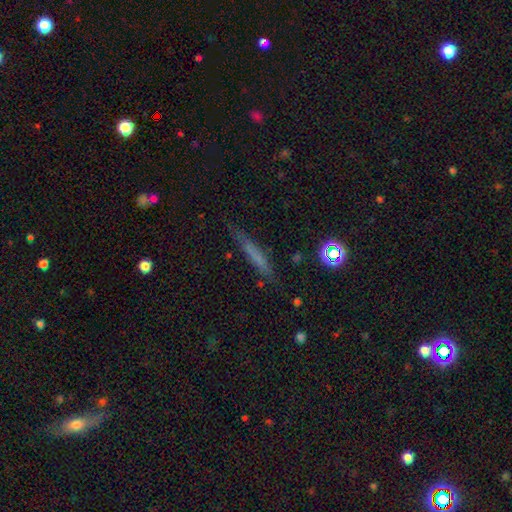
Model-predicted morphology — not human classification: This appears to be a smooth galaxy with no disk features (60%) that is cigar-shaped (92%). Merging: none (77%).